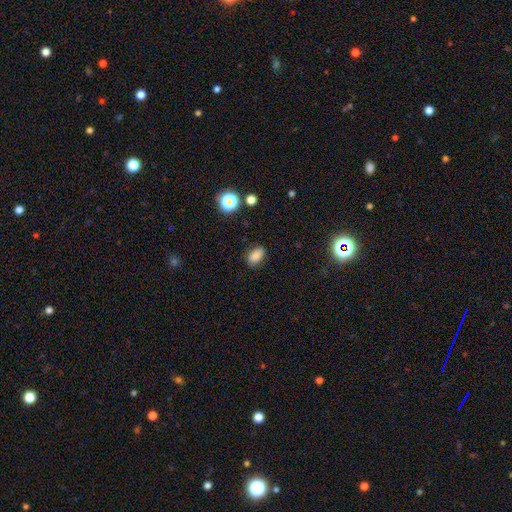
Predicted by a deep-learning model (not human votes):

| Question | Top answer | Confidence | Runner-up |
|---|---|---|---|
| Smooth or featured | smooth | 81% | star or artifact (13%) |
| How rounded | in between | 87% | round (12%) |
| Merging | none | 83% | minor disturbance (12%) |